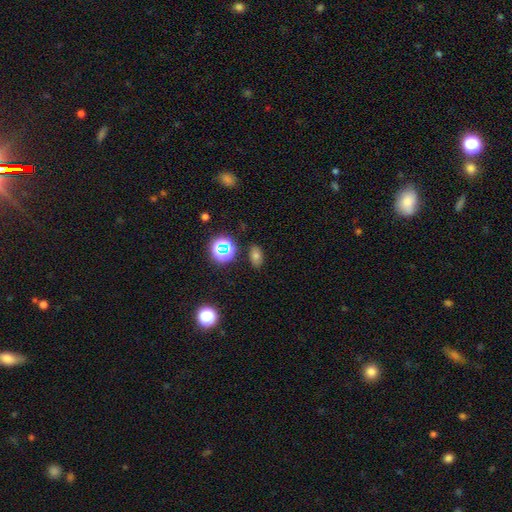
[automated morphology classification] smooth 65%, star or artifact 24%, featured or disk 10%. Down the decision tree: how rounded — in between (81%); merging — none (85%).